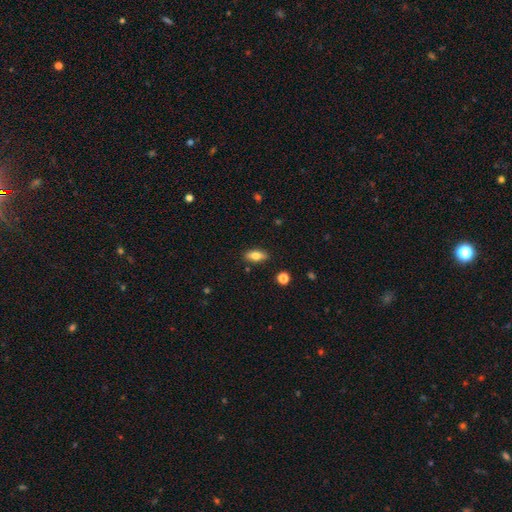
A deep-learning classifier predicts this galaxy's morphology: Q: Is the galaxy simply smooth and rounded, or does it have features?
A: smooth — 72%.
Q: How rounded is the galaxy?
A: in between — 79%.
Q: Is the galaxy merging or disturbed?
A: none — 87%.